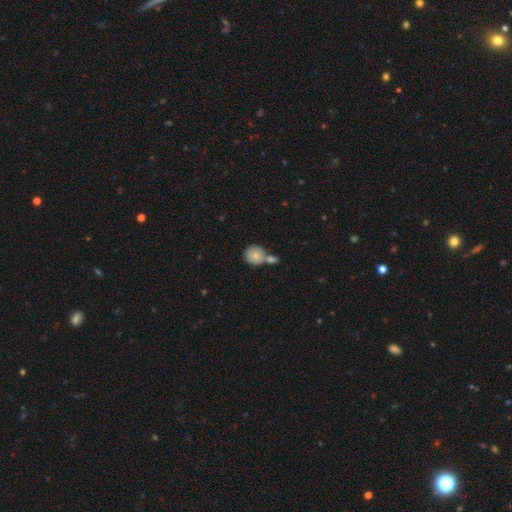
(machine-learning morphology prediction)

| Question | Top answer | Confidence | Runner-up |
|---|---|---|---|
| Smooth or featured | smooth | 76% | featured or disk (16%) |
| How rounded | round | 86% | in between (13%) |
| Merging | none | 45% | merger (41%) |